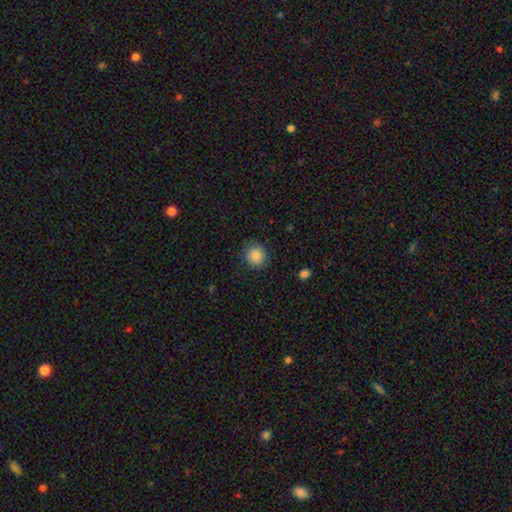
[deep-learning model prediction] Overall: smooth (87%). How rounded: round (89%). Merging: none (86%).